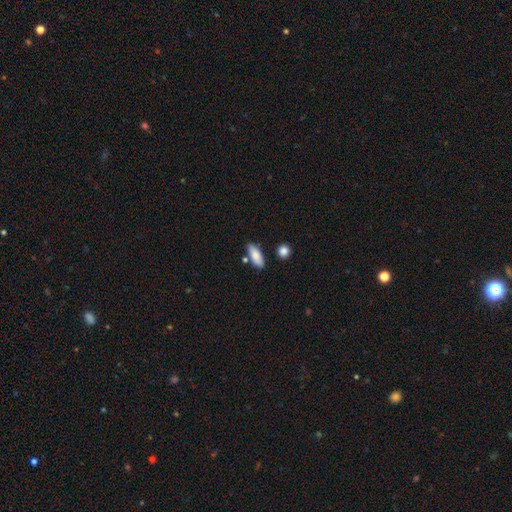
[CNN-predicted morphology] Q: Smooth or featured?
A: smooth (83%); runner-up: featured or disk (11%)
Q: How rounded?
A: in between (75%); runner-up: cigar-shaped (22%)
Q: Merging?
A: none (77%); runner-up: minor disturbance (13%)